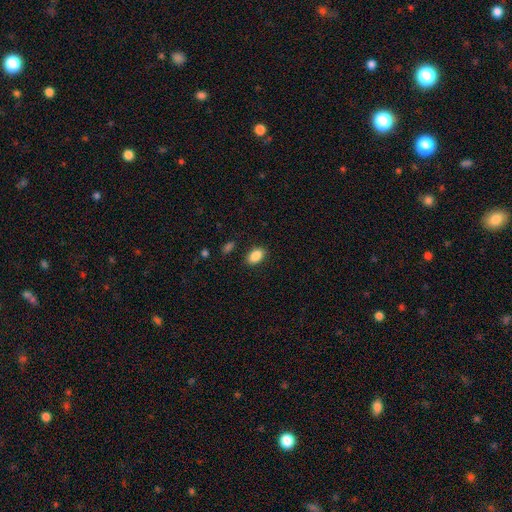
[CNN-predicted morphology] A smooth galaxy with no disk features (88%) that is in between round and cigar-shaped (89%).

Vote fractions:
- Smooth or featured? smooth: 88% / star or artifact: 8% / featured or disk: 4%
- How rounded? in between: 89% / round: 9% / cigar-shaped: 2%
- Merging? none: 87% / minor disturbance: 9% / major disturbance: 3% / merger: 1%